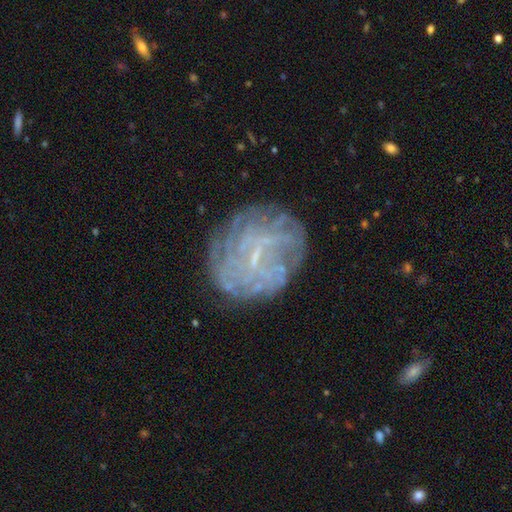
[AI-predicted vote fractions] smooth-or-featured: featured or disk: 64% | smooth: 22% | star or artifact: 14%
  disk-edge-on: no: 97% | yes: 3%
    bar: weak: 44% | no: 42% | strong: 14%
    has-spiral-arms: yes: 64% | no: 36%
    bulge-size: small: 64% | none: 25% | moderate: 8% | large: 1% | dominant: 1%
  merging: none: 76% | minor disturbance: 14% | major disturbance: 8% | merger: 2%